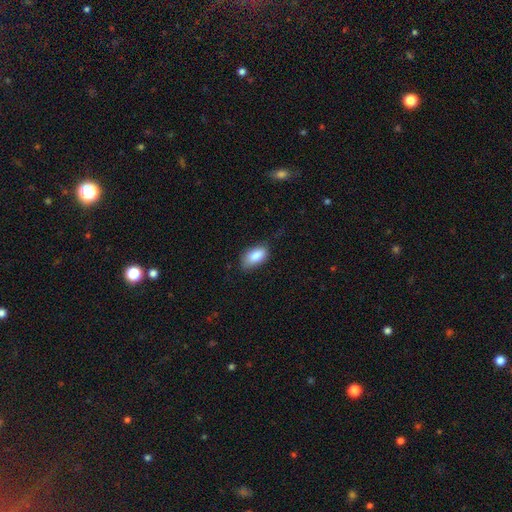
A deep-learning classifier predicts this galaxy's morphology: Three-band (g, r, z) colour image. It shows a smooth galaxy with no disk features (85%) that is in between round and cigar-shaped (93%). Merging: none (68%).